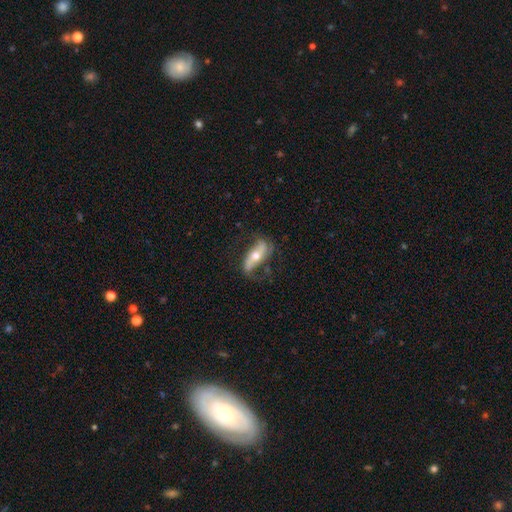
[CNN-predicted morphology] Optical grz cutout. It shows a featured or disk galaxy (64%). Merging: none (64%).